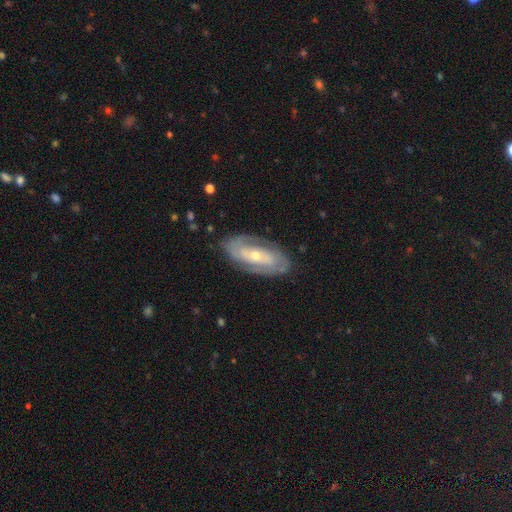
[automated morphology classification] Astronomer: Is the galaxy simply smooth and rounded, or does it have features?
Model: featured or disk — 78%.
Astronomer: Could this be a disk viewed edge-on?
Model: no — 91%.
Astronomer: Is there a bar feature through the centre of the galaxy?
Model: no — 54%.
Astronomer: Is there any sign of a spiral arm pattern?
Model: yes — 83%.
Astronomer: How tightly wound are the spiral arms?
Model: tight — 55% (runner-up: medium, 33%).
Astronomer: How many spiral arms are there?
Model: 2 — 65%.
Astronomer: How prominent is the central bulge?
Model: small — 56% (runner-up: moderate, 40%).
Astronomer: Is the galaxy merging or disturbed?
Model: none — 80%.